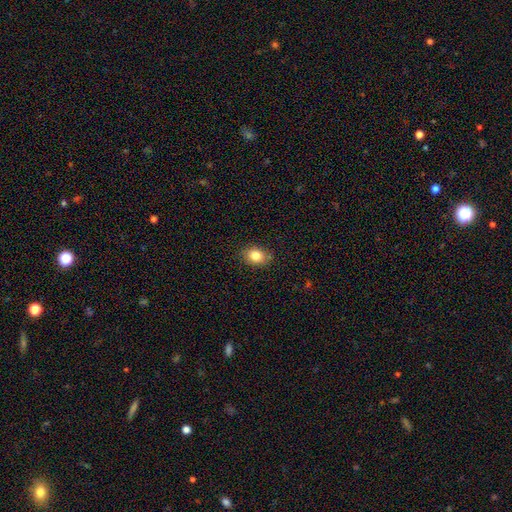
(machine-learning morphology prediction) This is clearly a smooth galaxy (83%). How rounded: likely in between (64%). Merging: clearly none (86%).